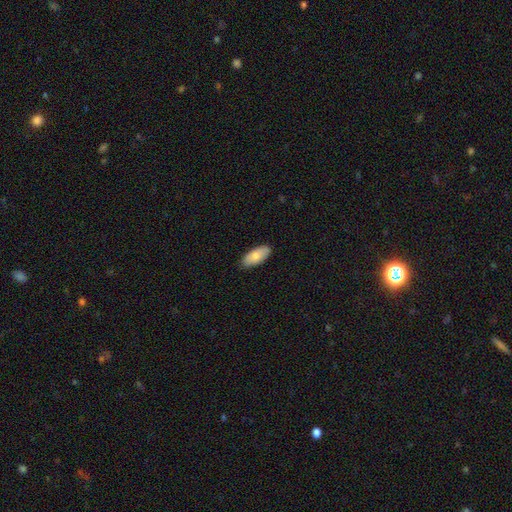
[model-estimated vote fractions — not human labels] Smooth or featured? smooth (82%)
How rounded? in between (90%)
Merging? none (87%)